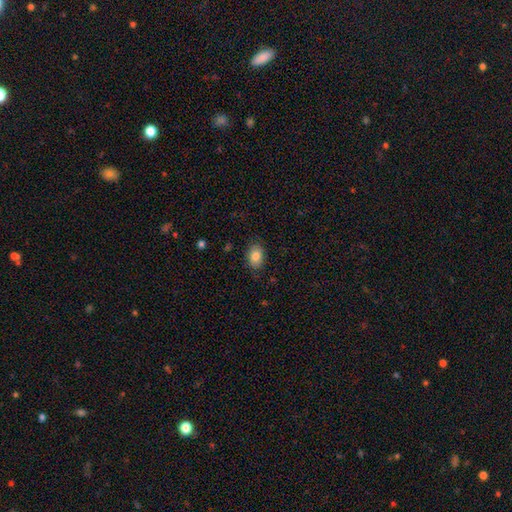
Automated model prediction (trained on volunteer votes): Overall: smooth (84%). How rounded: in between (81%). Merging: none (84%).